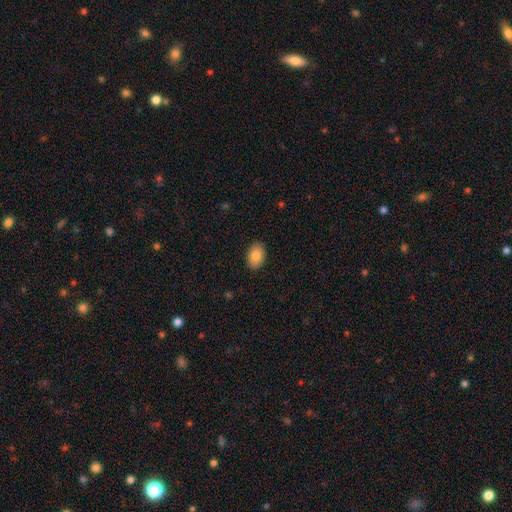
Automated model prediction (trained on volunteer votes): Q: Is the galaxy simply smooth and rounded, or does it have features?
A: smooth — 85%.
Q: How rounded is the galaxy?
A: in between — 88%.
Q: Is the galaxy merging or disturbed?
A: none — 89%.